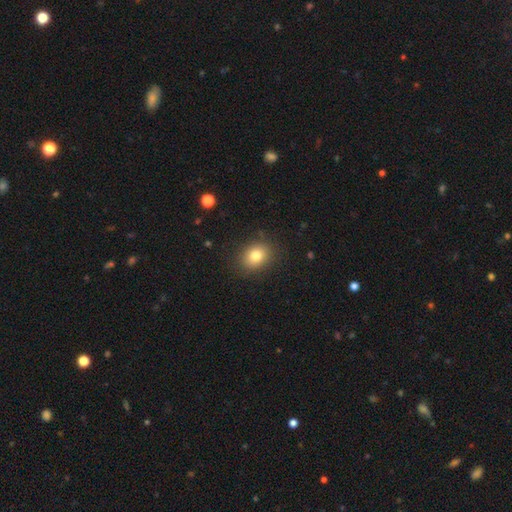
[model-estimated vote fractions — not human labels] A smooth galaxy with no disk features (80%) that is round (52%). Merging: none (86%).